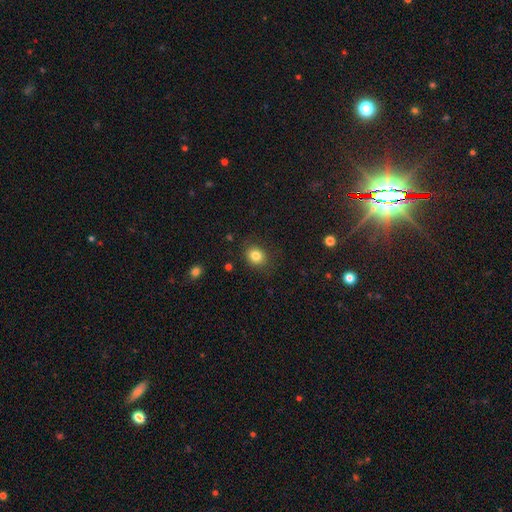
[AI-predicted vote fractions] smooth-or-featured: smooth: 83% | star or artifact: 11% | featured or disk: 7%
  how-rounded: round: 65% | in between: 34% | cigar-shaped: 1%
  merging: none: 85% | minor disturbance: 11% | major disturbance: 3% | merger: 1%